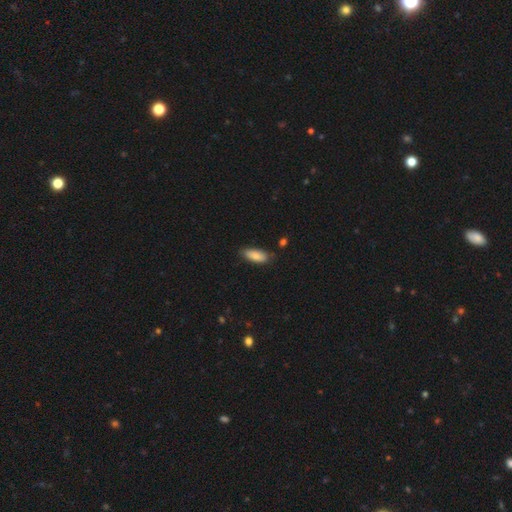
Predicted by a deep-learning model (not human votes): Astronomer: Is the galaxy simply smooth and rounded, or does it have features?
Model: smooth — 86%.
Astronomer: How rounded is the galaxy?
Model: in between — 78%.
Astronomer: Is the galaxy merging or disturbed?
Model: none — 78%.